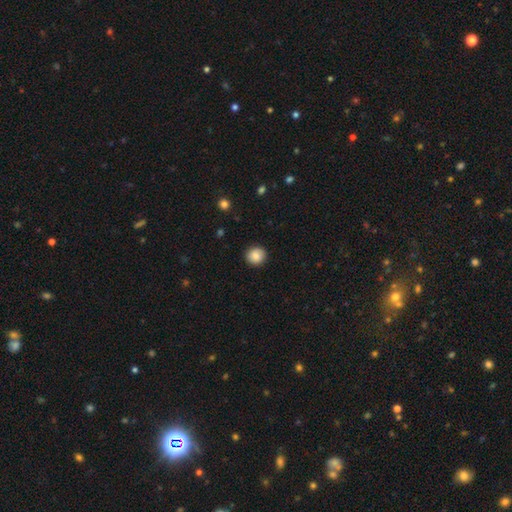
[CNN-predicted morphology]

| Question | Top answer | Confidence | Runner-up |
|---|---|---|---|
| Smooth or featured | smooth | 86% | star or artifact (9%) |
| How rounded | round | 91% | in between (8%) |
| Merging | none | 91% | minor disturbance (6%) |